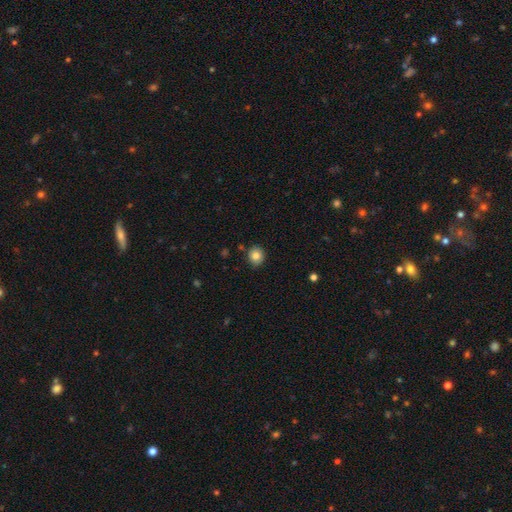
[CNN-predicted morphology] Smooth or featured?
  - smooth: 82% *
  - star or artifact: 10%
  - featured or disk: 8%
How rounded?
  - round: 82% *
  - in between: 18%
  - cigar-shaped: 1%
Merging?
  - none: 86% *
  - minor disturbance: 10%
  - merger: 2%
  - major disturbance: 2%